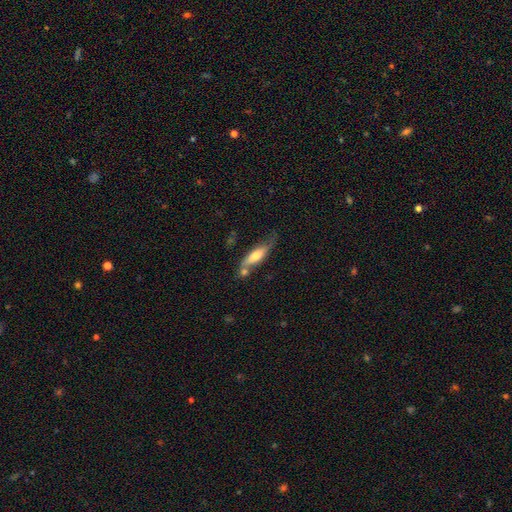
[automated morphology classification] smooth 57%, featured or disk 37%, star or artifact 6%. Down the decision tree: how rounded — cigar-shaped (60%); merging — none (49%).